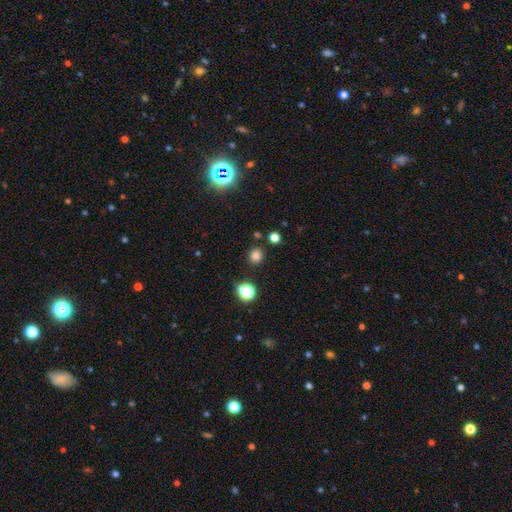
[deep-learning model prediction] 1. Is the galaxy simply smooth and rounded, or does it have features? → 77% smooth, 18% star or artifact, 5% featured or disk.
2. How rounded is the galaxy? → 88% round, 11% in between, 1% cigar-shaped.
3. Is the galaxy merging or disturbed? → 86% none, 7% minor disturbance, 4% merger, 3% major disturbance.